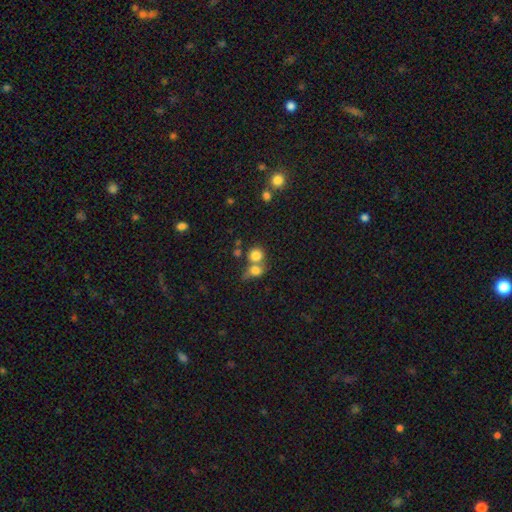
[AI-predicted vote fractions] Morphology: type=smooth (80%); roundness=round (84%); merging=merger (47%).